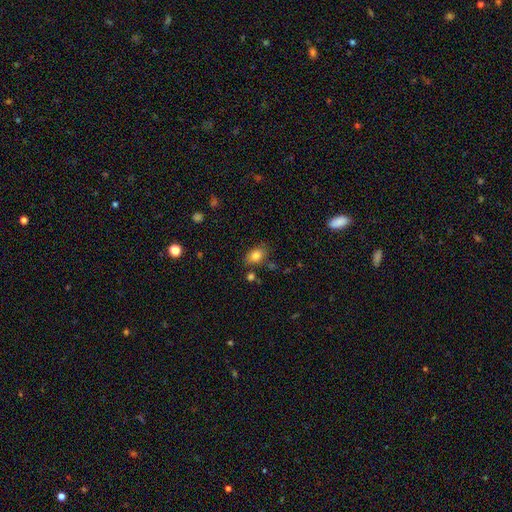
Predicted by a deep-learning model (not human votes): Smooth or featured: smooth — 81% (star or artifact — 10%)
How rounded: in between — 80% (round — 19%)
Merging: none — 76% (minor disturbance — 15%)